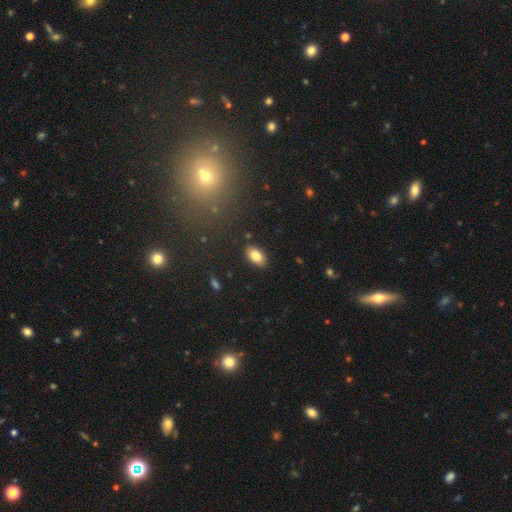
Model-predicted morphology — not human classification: A smooth galaxy with no disk features (82%) that is in between round and cigar-shaped (93%).

Vote fractions:
- Smooth or featured? smooth: 82% / featured or disk: 10% / star or artifact: 8%
- How rounded? in between: 93% / round: 5% / cigar-shaped: 2%
- Merging? none: 87% / minor disturbance: 9% / major disturbance: 2% / merger: 1%